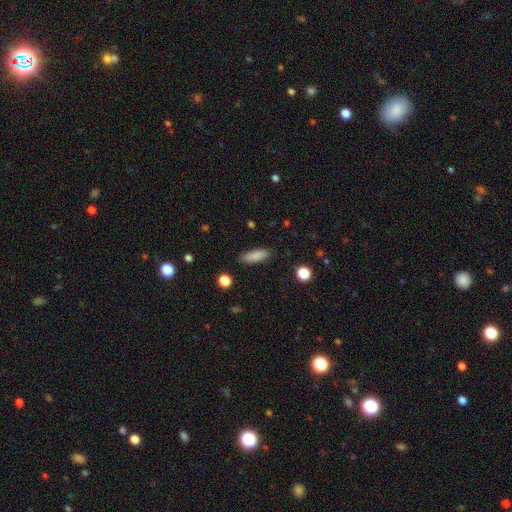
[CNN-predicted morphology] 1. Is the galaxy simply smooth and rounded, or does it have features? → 86% smooth, 8% star or artifact, 7% featured or disk.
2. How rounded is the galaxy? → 52% in between, 45% cigar-shaped, 2% round.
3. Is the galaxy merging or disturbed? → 87% none, 9% minor disturbance, 2% major disturbance, 1% merger.